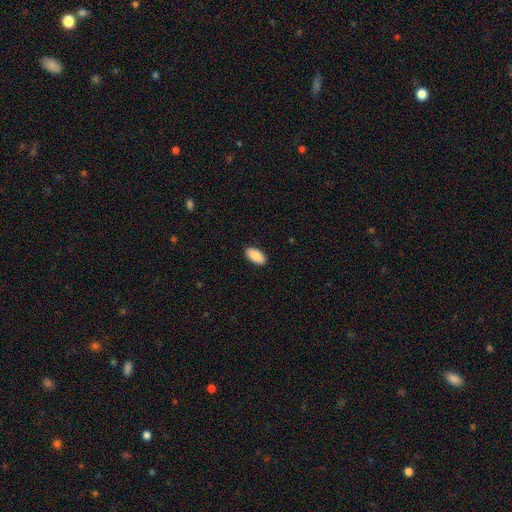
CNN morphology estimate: Smooth or featured?
  - smooth: 89% *
  - star or artifact: 6%
  - featured or disk: 5%
How rounded?
  - in between: 93% *
  - cigar-shaped: 5%
  - round: 2%
Merging?
  - none: 90% *
  - minor disturbance: 7%
  - major disturbance: 2%
  - merger: 1%